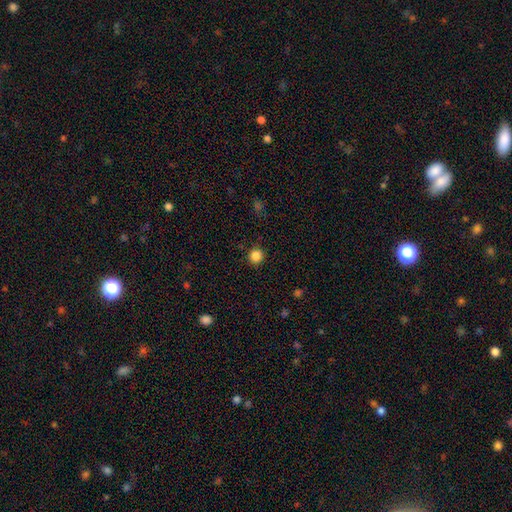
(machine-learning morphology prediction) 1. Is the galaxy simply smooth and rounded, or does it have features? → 86% smooth, 11% star or artifact, 3% featured or disk.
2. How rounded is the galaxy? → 93% round, 6% in between, 1% cigar-shaped.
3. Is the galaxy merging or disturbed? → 91% none, 6% minor disturbance, 2% major disturbance, 1% merger.